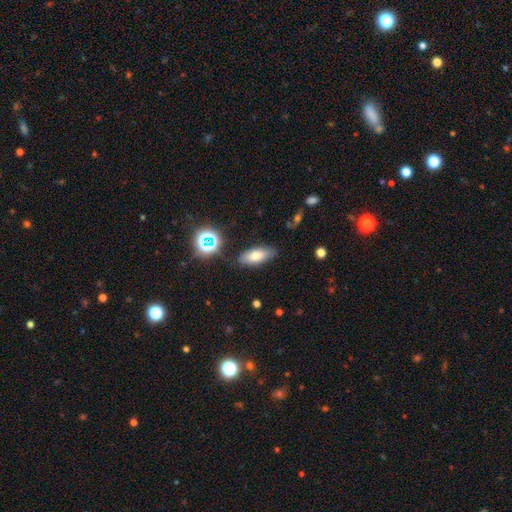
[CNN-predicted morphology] smooth 74%, featured or disk 14%, star or artifact 12%. Down the decision tree: how rounded — in between (80%); merging — none (83%).